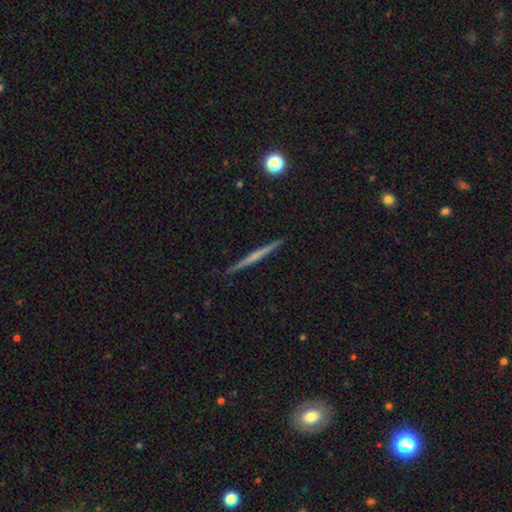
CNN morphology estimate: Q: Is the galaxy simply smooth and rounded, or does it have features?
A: featured or disk — 57%.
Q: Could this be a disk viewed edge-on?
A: yes — 98%.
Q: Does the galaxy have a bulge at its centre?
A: none — 77%.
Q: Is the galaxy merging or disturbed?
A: none — 92%.